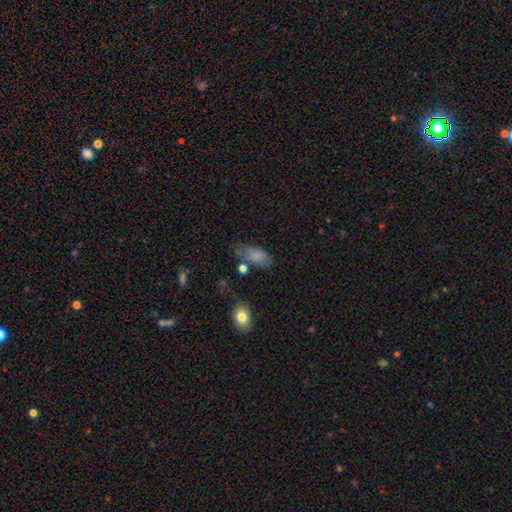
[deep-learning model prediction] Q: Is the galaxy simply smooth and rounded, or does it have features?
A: smooth — 79%.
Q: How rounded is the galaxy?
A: in between — 89%.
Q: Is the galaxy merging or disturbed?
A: none — 56%.